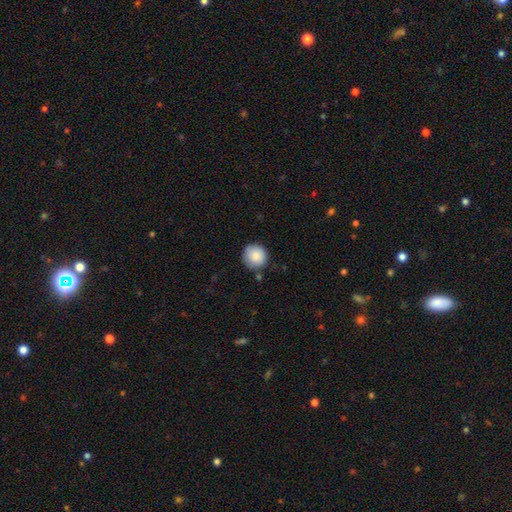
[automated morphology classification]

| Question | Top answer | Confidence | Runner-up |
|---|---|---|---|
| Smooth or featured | smooth | 87% | star or artifact (7%) |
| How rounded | round | 94% | in between (5%) |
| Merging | none | 84% | minor disturbance (11%) |